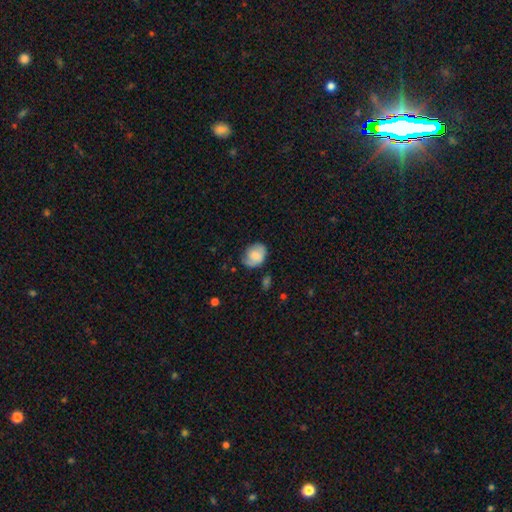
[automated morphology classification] The model was most divided on "how rounded": in between: 61%, round: 38%, cigar-shaped: 1%. More confident: smooth or featured — smooth (67%); merging — none (56%).